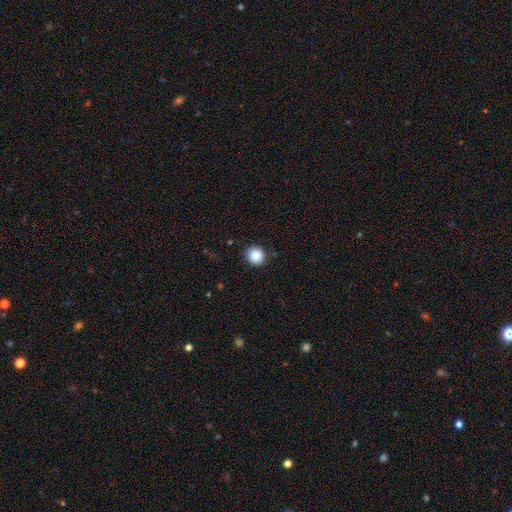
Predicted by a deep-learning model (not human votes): smooth-or-featured: smooth: 86% | star or artifact: 9% | featured or disk: 4%
  how-rounded: round: 92% | in between: 7% | cigar-shaped: 1%
  merging: none: 90% | minor disturbance: 7% | major disturbance: 2% | merger: 1%